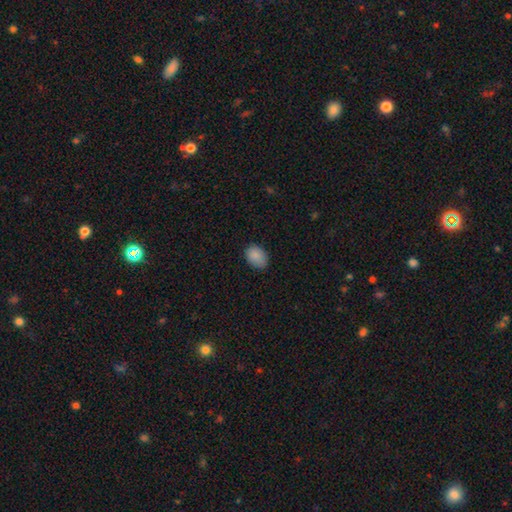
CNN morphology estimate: smooth_or_featured: smooth (p=0.88) [alt: star or artifact p=0.08]
how_rounded: in between (p=0.70) [alt: round p=0.29]
merging: none (p=0.79) [alt: minor disturbance p=0.17]